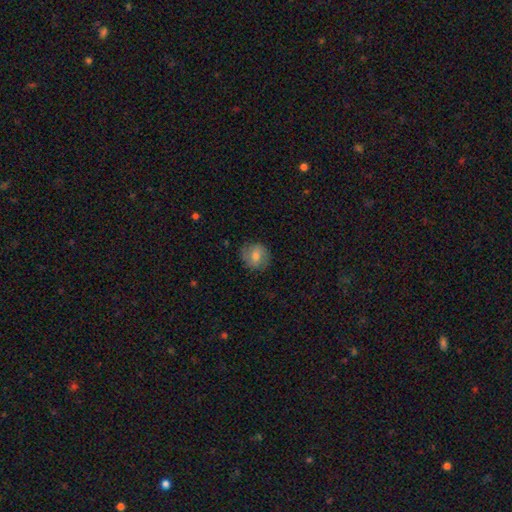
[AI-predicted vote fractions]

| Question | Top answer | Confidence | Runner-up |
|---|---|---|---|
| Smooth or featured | smooth | 55% | featured or disk (36%) |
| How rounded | round | 84% | in between (15%) |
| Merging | none | 82% | minor disturbance (13%) |